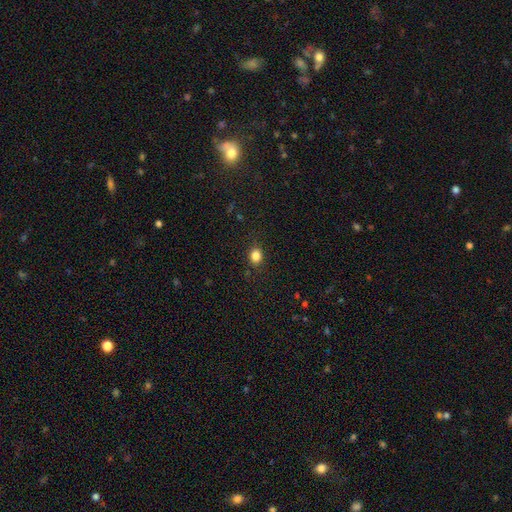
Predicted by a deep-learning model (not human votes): A smooth galaxy with no disk features (84%) that is round (64%).

Vote fractions:
- Smooth or featured? smooth: 84% / star or artifact: 12% / featured or disk: 4%
- How rounded? round: 64% / in between: 35% / cigar-shaped: 1%
- Merging? none: 87% / minor disturbance: 9% / major disturbance: 3% / merger: 1%